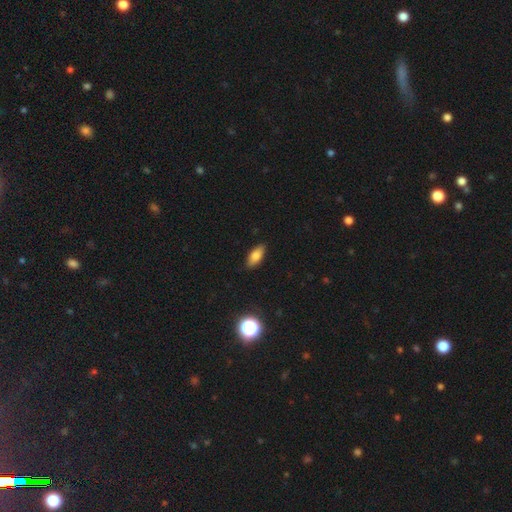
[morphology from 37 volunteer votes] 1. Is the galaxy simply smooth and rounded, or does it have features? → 81% smooth, 14% featured or disk, 5% star or artifact.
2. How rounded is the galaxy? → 87% in between, 13% cigar-shaped, 0% round.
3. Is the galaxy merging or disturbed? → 97% none, 3% minor disturbance, 0% major disturbance, 0% merger.